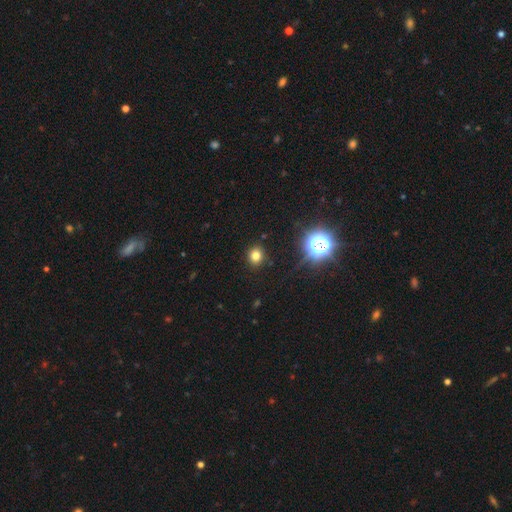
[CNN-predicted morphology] type=smooth (76%); roundness=round (81%); merging=none (89%).